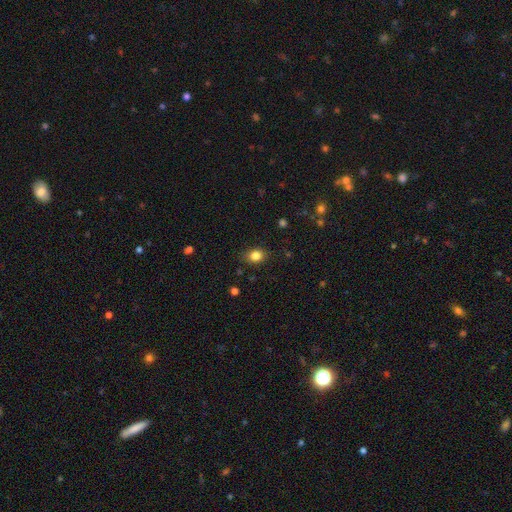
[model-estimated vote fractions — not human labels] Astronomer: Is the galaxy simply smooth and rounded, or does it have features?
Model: smooth — 83%.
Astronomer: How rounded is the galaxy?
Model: in between — 57% (runner-up: round, 42%).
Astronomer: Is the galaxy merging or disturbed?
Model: none — 83%.